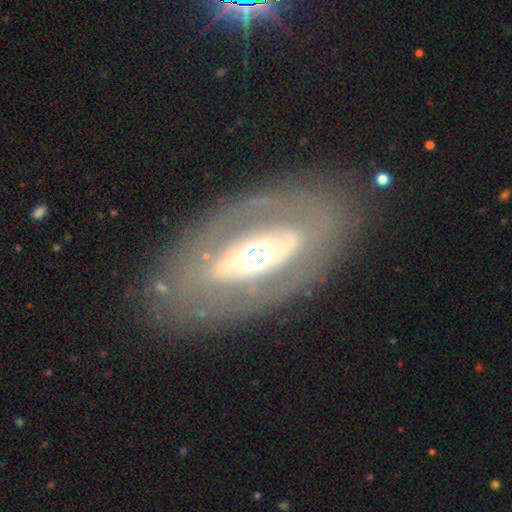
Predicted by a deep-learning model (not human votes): smooth-or-featured: featured or disk: 71% | smooth: 22% | star or artifact: 6%
  disk-edge-on: no: 89% | yes: 11%
    bar: no: 53% | strong: 25% | weak: 22%
    has-spiral-arms: no: 73% | yes: 27%
    bulge-size: moderate: 56% | small: 22% | large: 17% | dominant: 3% | none: 1%
  merging: none: 78% | minor disturbance: 12% | major disturbance: 8% | merger: 2%